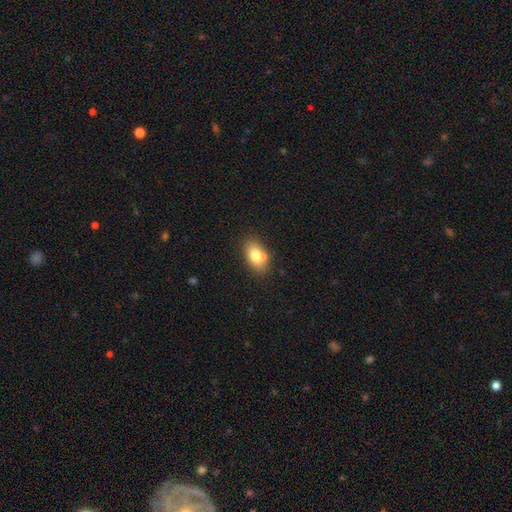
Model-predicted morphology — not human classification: type=smooth (75%); roundness=in between (87%); merging=none (64%).